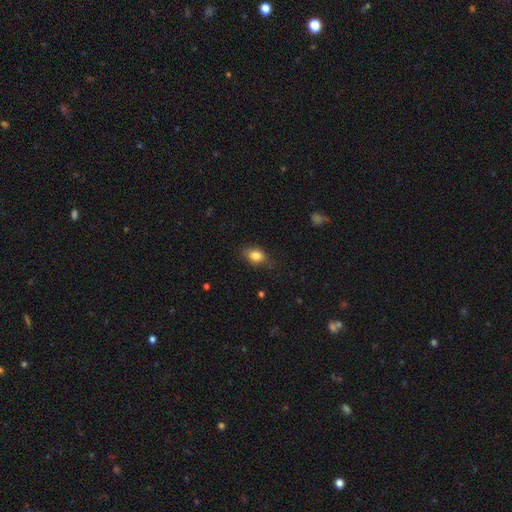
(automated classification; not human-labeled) smooth-or-featured: smooth: 83% | star or artifact: 9% | featured or disk: 8%
  how-rounded: in between: 75% | round: 23% | cigar-shaped: 2%
  merging: none: 77% | minor disturbance: 18% | major disturbance: 4% | merger: 1%